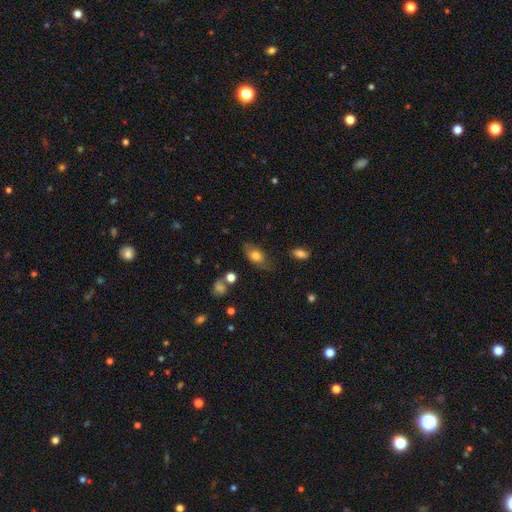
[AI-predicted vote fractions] Q: Smooth or featured?
A: smooth (74%); runner-up: featured or disk (18%)
Q: How rounded?
A: in between (87%); runner-up: round (8%)
Q: Merging?
A: none (71%); runner-up: minor disturbance (20%)